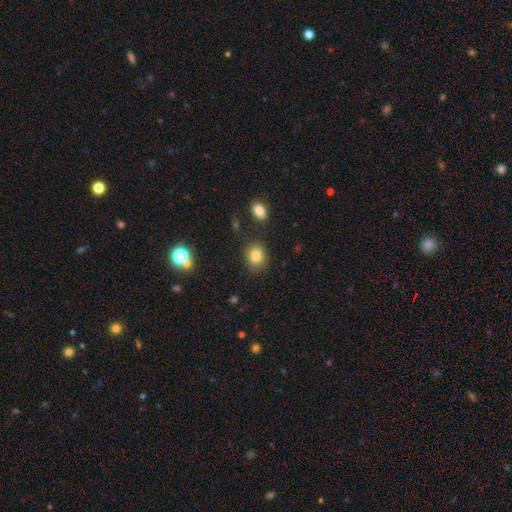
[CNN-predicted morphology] smooth_or_featured: smooth (p=0.84) [alt: star or artifact p=0.11]
how_rounded: round (p=0.56) [alt: in between p=0.43]
merging: none (p=0.79) [alt: minor disturbance p=0.13]